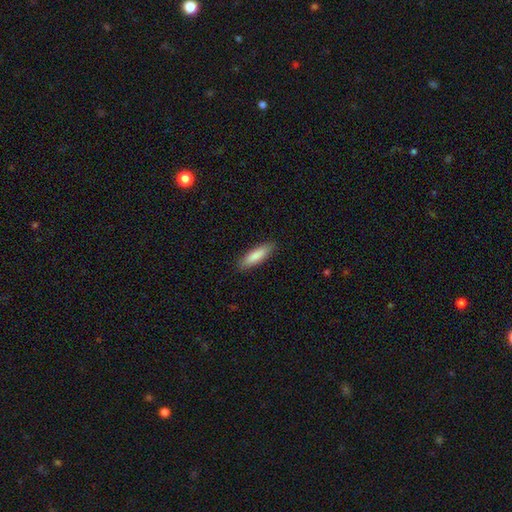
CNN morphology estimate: Smooth or featured? smooth (86%)
How rounded? cigar-shaped (60%)
Merging? none (88%)